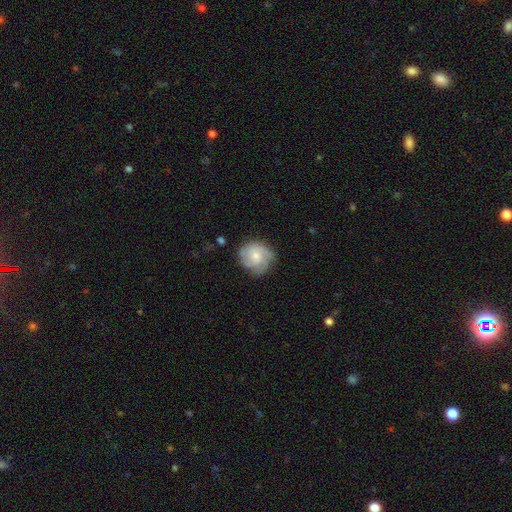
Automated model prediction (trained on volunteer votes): featured or disk 50%, smooth 43%, star or artifact 7%. Down the decision tree: edge-on disk — no (98%); merging — none (70%).